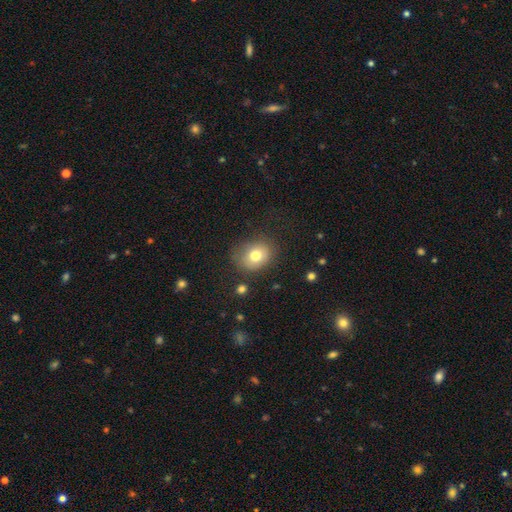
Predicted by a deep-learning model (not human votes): A smooth galaxy with no disk features (75%) that is round (53%). Merging: none (72%).